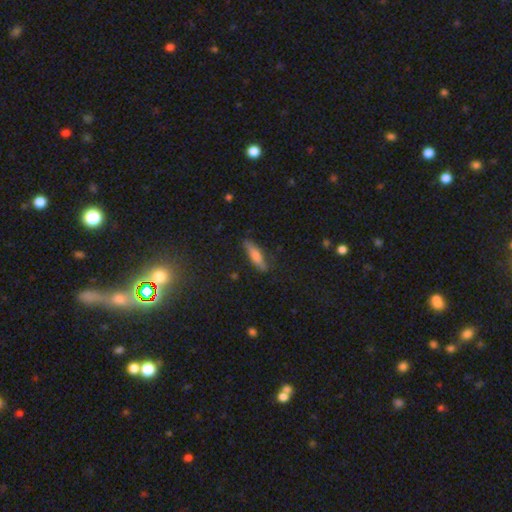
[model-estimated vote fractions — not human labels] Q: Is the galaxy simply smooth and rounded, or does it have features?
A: smooth — 68%.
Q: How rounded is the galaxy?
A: cigar-shaped — 71%.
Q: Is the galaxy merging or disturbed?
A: none — 76%.